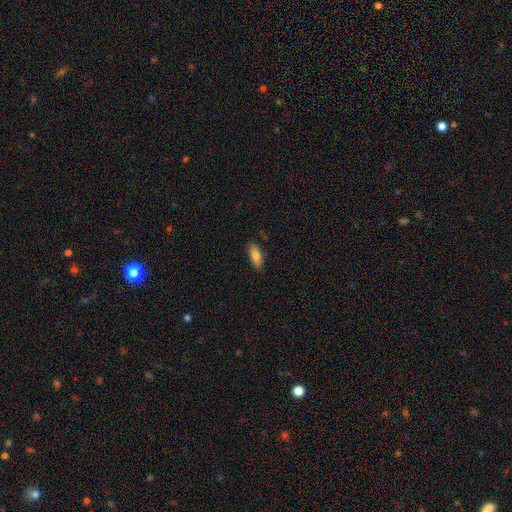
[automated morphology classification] This is clearly a smooth galaxy (81%). How rounded: likely in between (79%). Merging: clearly none (85%).